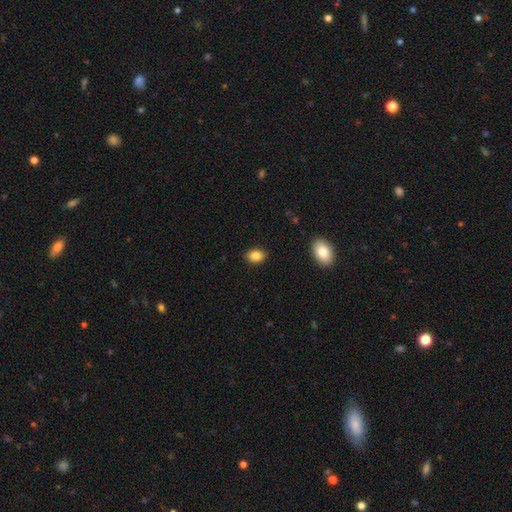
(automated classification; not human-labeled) Smooth or featured? smooth (86%)
How rounded? in between (77%)
Merging? none (88%)